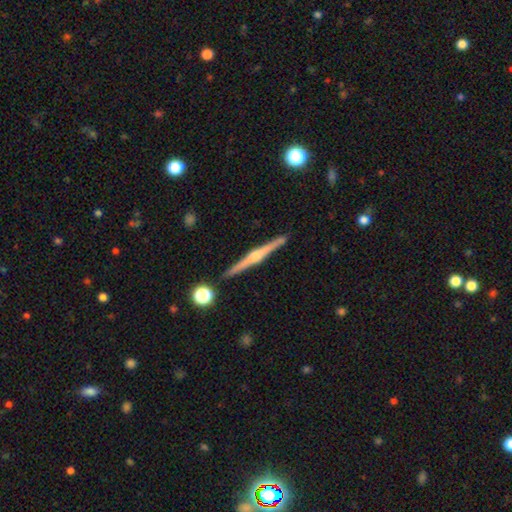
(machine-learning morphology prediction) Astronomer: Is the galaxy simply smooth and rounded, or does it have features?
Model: featured or disk — 82%.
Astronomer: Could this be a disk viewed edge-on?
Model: yes — 99%.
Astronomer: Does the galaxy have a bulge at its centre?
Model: rounded — 89%.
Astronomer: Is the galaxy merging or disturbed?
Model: none — 92%.